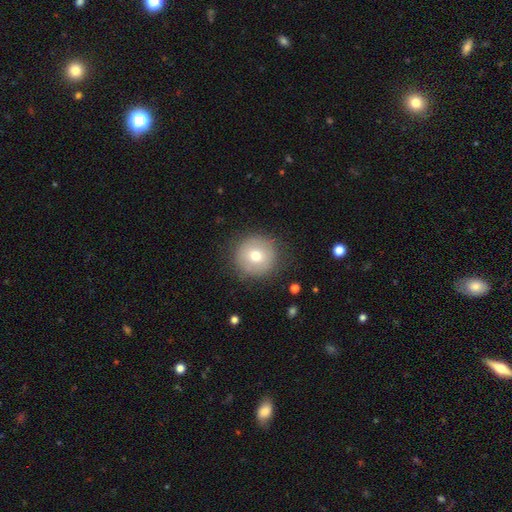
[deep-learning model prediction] A smooth galaxy with no disk features (67%) that is round (95%).

Vote fractions:
- Smooth or featured? smooth: 67% / featured or disk: 23% / star or artifact: 10%
- How rounded? round: 95% / in between: 4% / cigar-shaped: 1%
- Merging? none: 84% / minor disturbance: 11% / major disturbance: 4% / merger: 1%